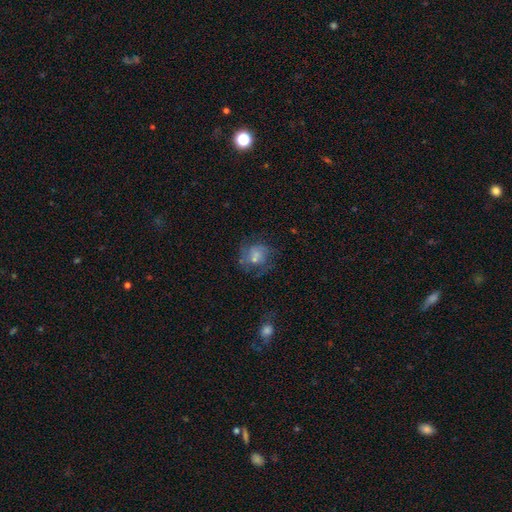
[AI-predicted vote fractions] Smooth or featured?
  - featured or disk: 45% *
  - smooth: 43%
  - star or artifact: 12%
Merging?
  - none: 50% *
  - minor disturbance: 21%
  - major disturbance: 21%
  - merger: 8%